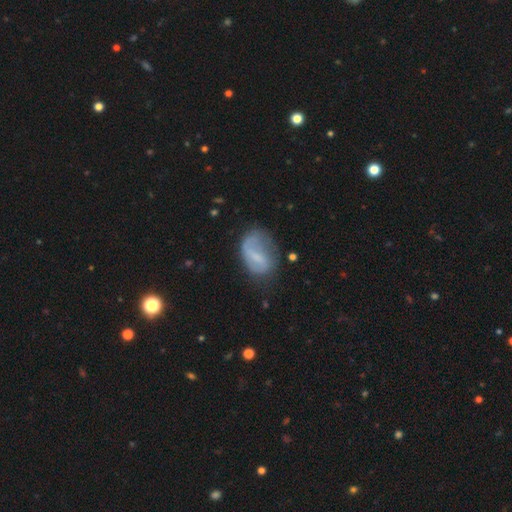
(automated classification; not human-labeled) smooth_or_featured: featured or disk (p=0.48) [alt: smooth p=0.44]
merging: none (p=0.44) [alt: minor disturbance p=0.30]